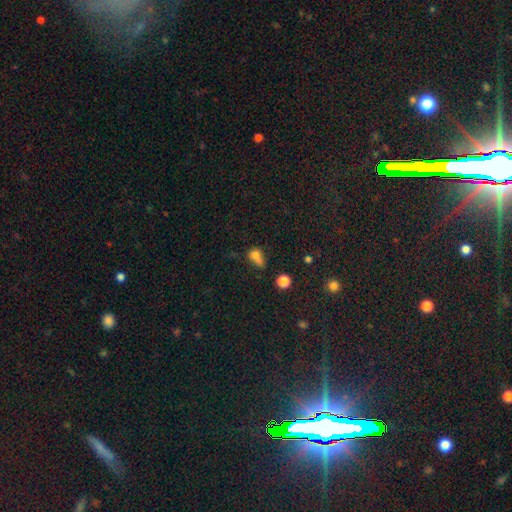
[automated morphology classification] The model was most divided on "merging" (2-way tie): none: 30%, merger: 30%, minor disturbance: 22%, major disturbance: 17%. More confident: smooth or featured — smooth (71%); how rounded — in between (51%).